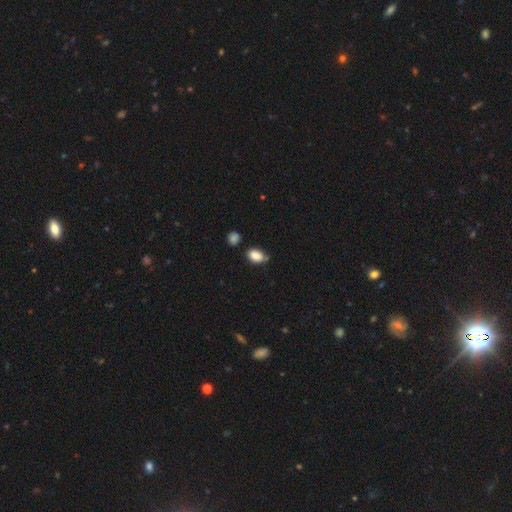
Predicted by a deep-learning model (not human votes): Smooth or featured: smooth — 86% (star or artifact — 9%)
How rounded: in between — 85% (round — 13%)
Merging: none — 63% (minor disturbance — 27%)